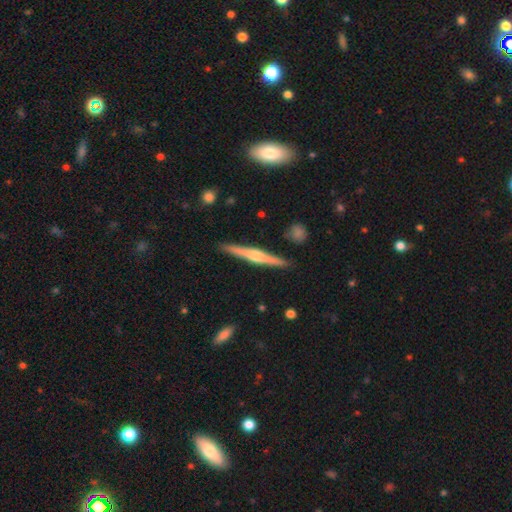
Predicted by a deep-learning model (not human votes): featured or disk 71%, smooth 24%, star or artifact 5%. Down the decision tree: edge-on disk — yes (98%); edge-on bulge — rounded (81%); merging — none (90%).